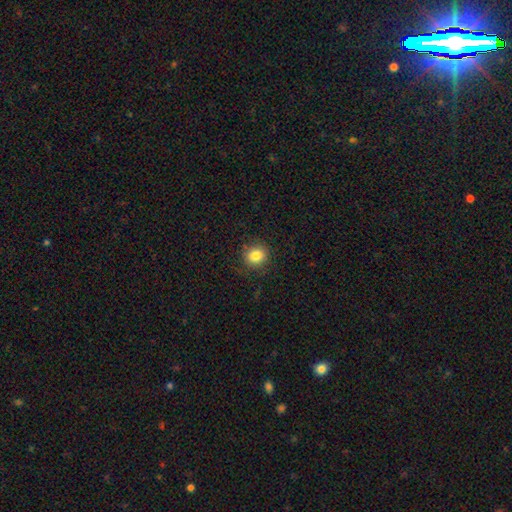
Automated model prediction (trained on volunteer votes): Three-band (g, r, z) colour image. It shows a smooth galaxy with no disk features (83%) that is round (81%). Merging: none (86%).